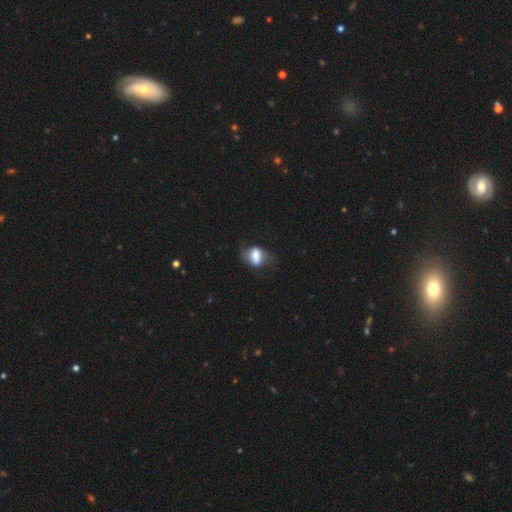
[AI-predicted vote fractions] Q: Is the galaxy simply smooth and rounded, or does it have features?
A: smooth — 64%.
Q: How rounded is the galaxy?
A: in between — 76%.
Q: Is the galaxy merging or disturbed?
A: none — 56%.